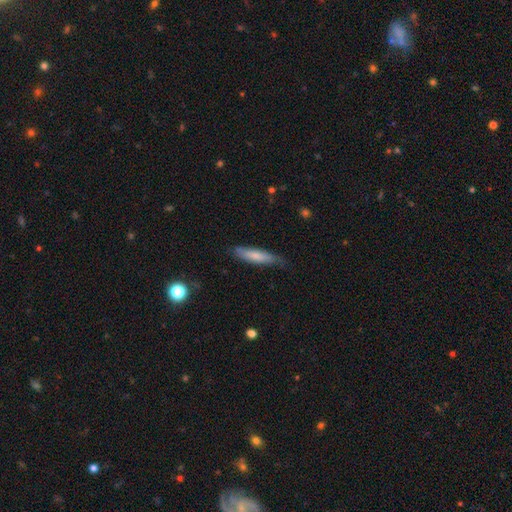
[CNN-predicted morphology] Smooth or featured? Predicted: smooth (p=0.70). How rounded? Predicted: cigar-shaped (p=0.79). Merging? Predicted: none (p=0.74).